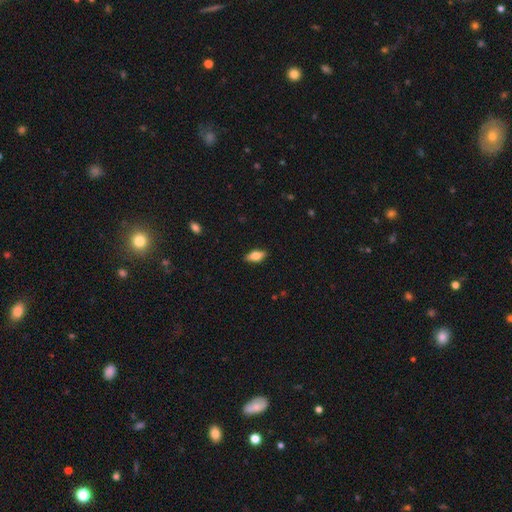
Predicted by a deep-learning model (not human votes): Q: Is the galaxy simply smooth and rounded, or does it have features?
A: smooth — 68%.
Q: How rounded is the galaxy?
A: in between — 82%.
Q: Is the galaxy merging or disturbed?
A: none — 88%.